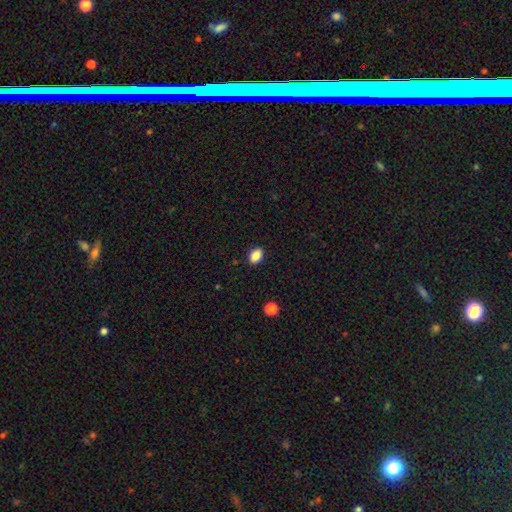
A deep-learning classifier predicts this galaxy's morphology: type=smooth (88%); roundness=in between (80%); merging=none (89%).